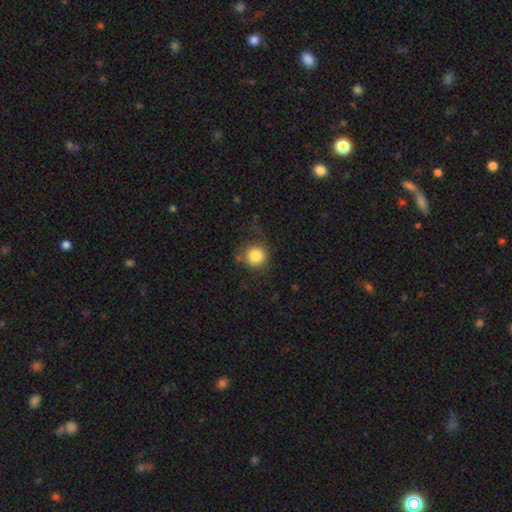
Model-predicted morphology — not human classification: A smooth galaxy with no disk features (83%) that is round (92%).

Vote fractions:
- Smooth or featured? smooth: 83% / star or artifact: 10% / featured or disk: 6%
- How rounded? round: 92% / in between: 7% / cigar-shaped: 1%
- Merging? none: 75% / minor disturbance: 16% / major disturbance: 7% / merger: 2%